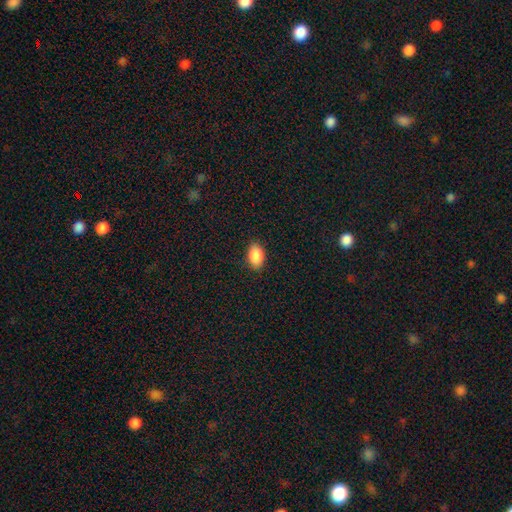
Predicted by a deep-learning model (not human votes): The model was most divided on "merging": none: 87%, minor disturbance: 9%, major disturbance: 2%, merger: 1%. More confident: smooth or featured — smooth (90%); how rounded — in between (89%).